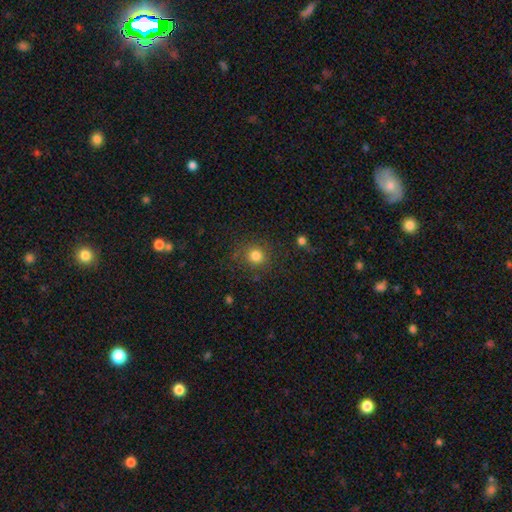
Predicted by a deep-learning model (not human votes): Smooth or featured? smooth (81%)
How rounded? round (90%)
Merging? none (83%)